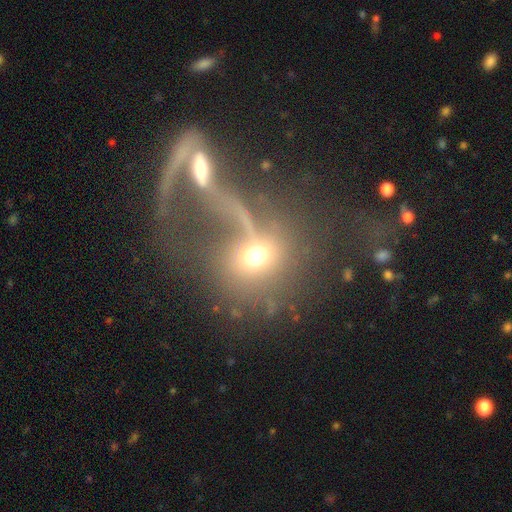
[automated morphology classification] smooth_or_featured: smooth (p=0.54) [alt: featured or disk p=0.29]
how_rounded: round (p=0.71) [alt: in between p=0.26]
merging: none (p=0.33) [alt: major disturbance p=0.29]